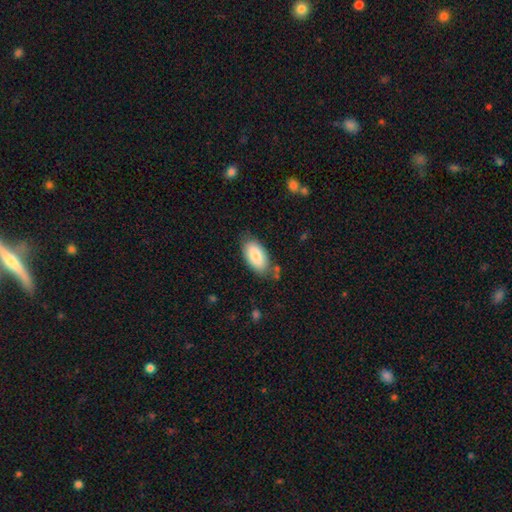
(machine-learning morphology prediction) smooth_or_featured: smooth (p=0.84) [alt: featured or disk p=0.10]
how_rounded: in between (p=0.94) [alt: cigar-shaped p=0.03]
merging: none (p=0.75) [alt: minor disturbance p=0.17]